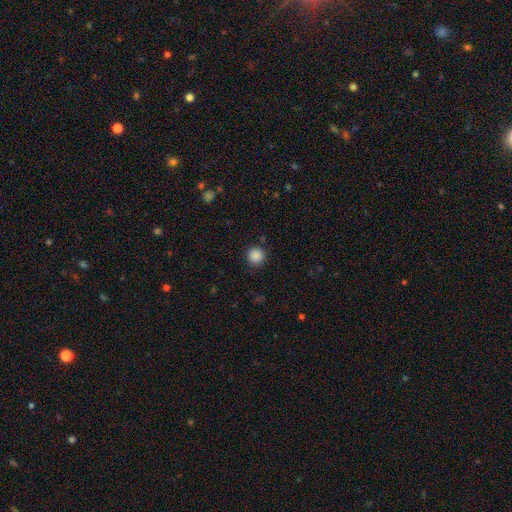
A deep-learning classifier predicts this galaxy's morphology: type=smooth (87%); roundness=round (95%); merging=none (89%).